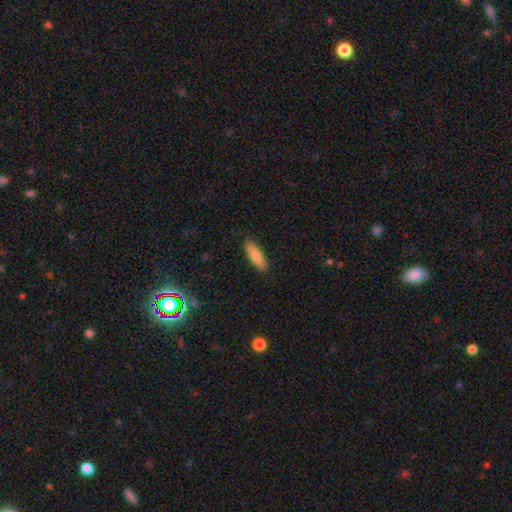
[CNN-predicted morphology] Overall: smooth (80%). How rounded: cigar-shaped (53%; in between 45%). Merging: none (88%).